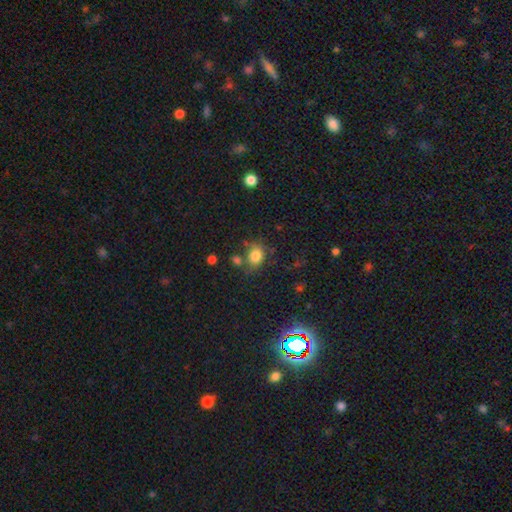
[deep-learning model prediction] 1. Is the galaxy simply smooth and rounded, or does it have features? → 80% smooth, 12% star or artifact, 8% featured or disk.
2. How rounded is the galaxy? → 54% in between, 44% round, 1% cigar-shaped.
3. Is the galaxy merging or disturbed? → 63% none, 17% minor disturbance, 14% merger, 7% major disturbance.